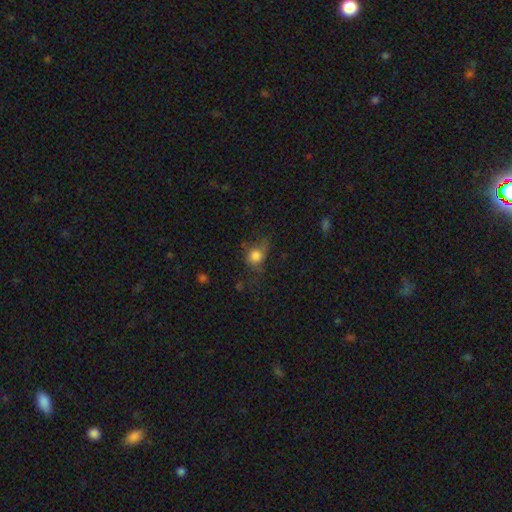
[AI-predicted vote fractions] smooth_or_featured: smooth (p=0.73) [alt: featured or disk p=0.15]
how_rounded: round (p=0.74) [alt: in between p=0.24]
merging: none (p=0.46) [alt: minor disturbance p=0.27]